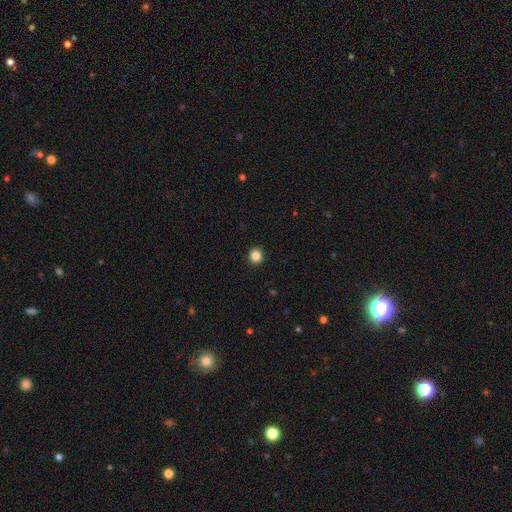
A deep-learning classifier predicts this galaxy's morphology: Q: Smooth or featured?
A: smooth (86%); runner-up: star or artifact (11%)
Q: How rounded?
A: round (90%); runner-up: in between (9%)
Q: Merging?
A: none (93%); runner-up: minor disturbance (4%)